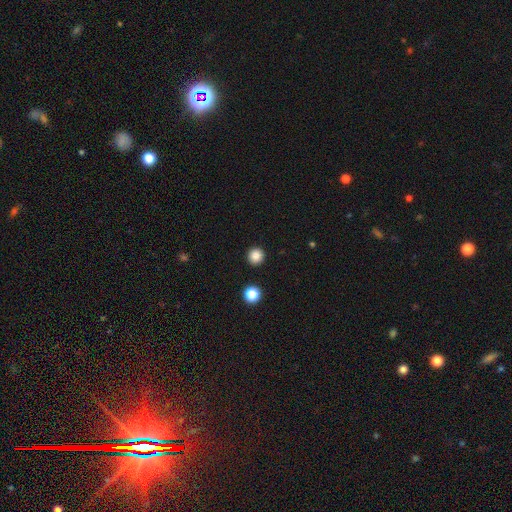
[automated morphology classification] Q: Smooth or featured?
A: smooth (85%); runner-up: star or artifact (11%)
Q: How rounded?
A: round (95%); runner-up: in between (4%)
Q: Merging?
A: none (93%); runner-up: minor disturbance (4%)